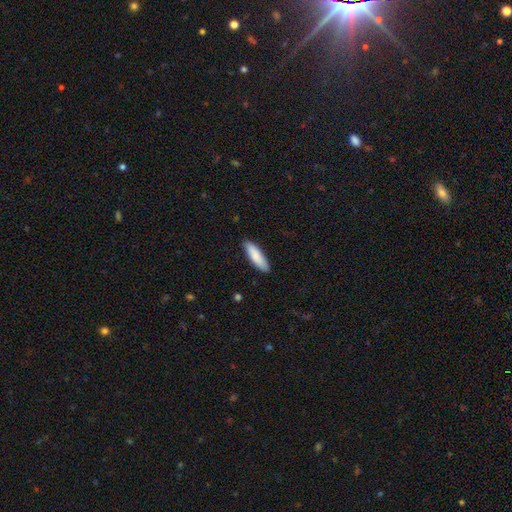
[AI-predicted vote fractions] A smooth galaxy with no disk features (87%) that is cigar-shaped (64%).

Vote fractions:
- Smooth or featured? smooth: 87% / featured or disk: 8% / star or artifact: 5%
- How rounded? cigar-shaped: 64% / in between: 34% / round: 1%
- Merging? none: 88% / minor disturbance: 9% / major disturbance: 2% / merger: 1%